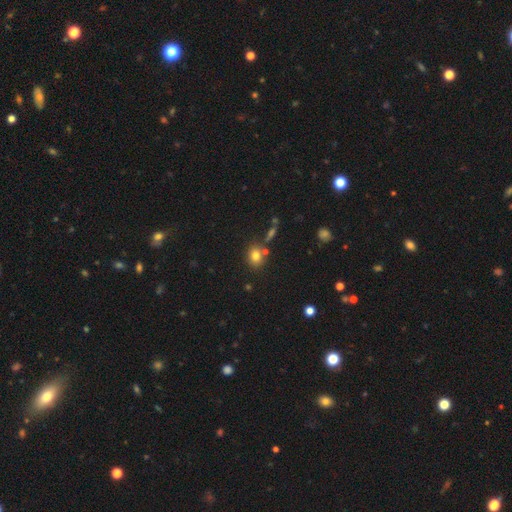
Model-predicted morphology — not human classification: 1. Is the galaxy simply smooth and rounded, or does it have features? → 77% smooth, 13% star or artifact, 10% featured or disk.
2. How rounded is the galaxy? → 59% round, 39% in between, 1% cigar-shaped.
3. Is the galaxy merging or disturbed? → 70% none, 15% merger, 12% minor disturbance, 4% major disturbance.